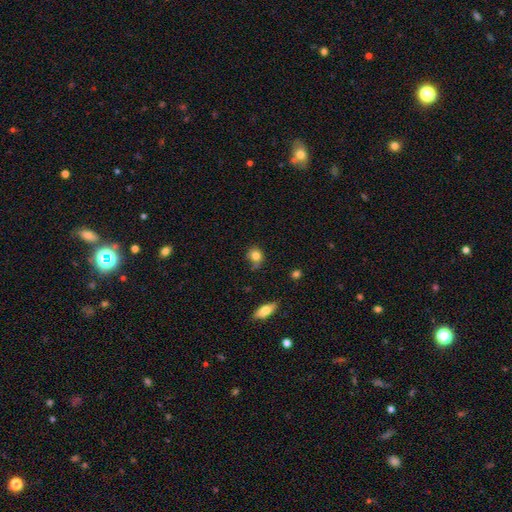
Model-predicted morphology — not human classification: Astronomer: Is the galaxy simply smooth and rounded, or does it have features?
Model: smooth — 81%.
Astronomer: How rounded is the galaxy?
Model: round — 76%.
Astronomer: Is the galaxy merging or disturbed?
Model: none — 59%.